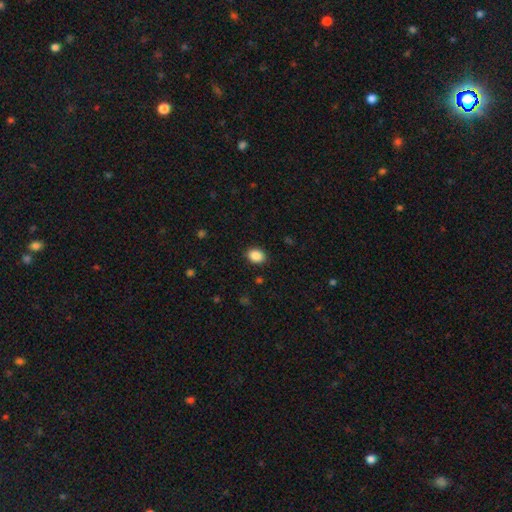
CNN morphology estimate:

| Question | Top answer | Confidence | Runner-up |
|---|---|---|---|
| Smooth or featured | smooth | 89% | star or artifact (8%) |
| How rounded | in between | 66% | round (33%) |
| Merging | none | 89% | minor disturbance (8%) |